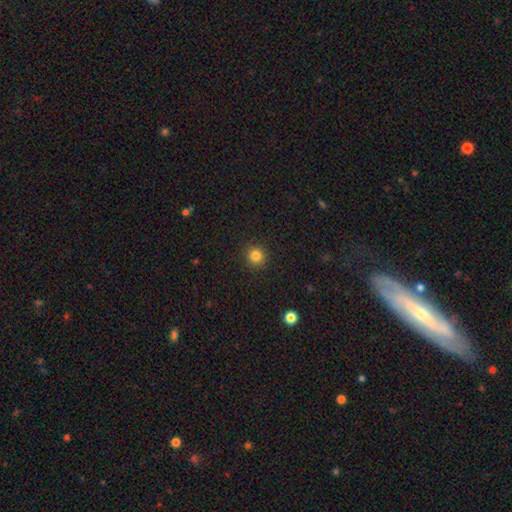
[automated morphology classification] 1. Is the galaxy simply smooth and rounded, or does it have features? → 83% smooth, 12% star or artifact, 5% featured or disk.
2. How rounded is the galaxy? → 94% round, 5% in between, 1% cigar-shaped.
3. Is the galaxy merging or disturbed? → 92% none, 5% minor disturbance, 2% major disturbance, 1% merger.